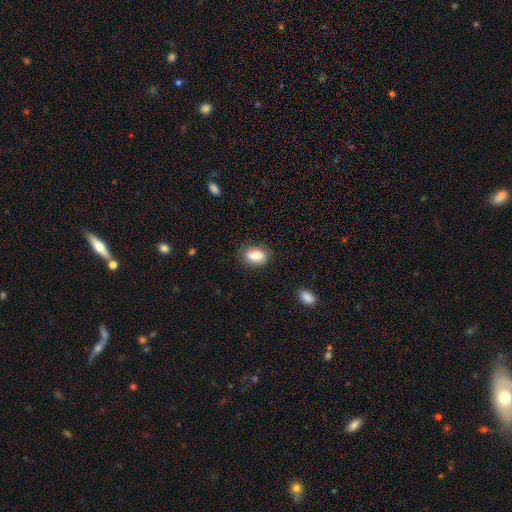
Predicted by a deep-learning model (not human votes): Smooth or featured?
  - smooth: 79% *
  - featured or disk: 13%
  - star or artifact: 8%
How rounded?
  - in between: 84% *
  - round: 14%
  - cigar-shaped: 2%
Merging?
  - none: 77% *
  - minor disturbance: 17%
  - major disturbance: 4%
  - merger: 2%